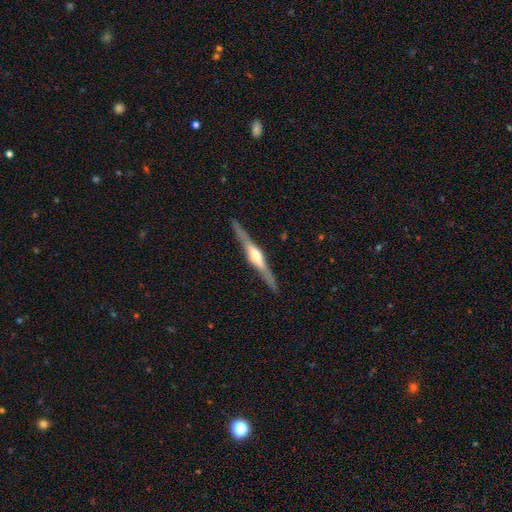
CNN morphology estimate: The model was most divided on "smooth or featured": featured or disk: 81%, smooth: 14%, star or artifact: 5%. More confident: edge-on disk — yes (98%); merging — none (89%); edge-on bulge — rounded (83%).